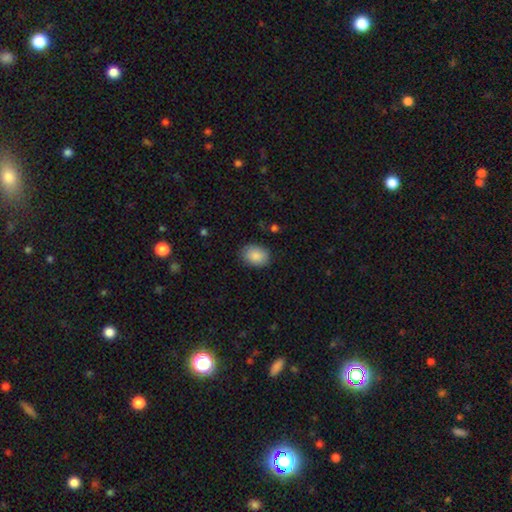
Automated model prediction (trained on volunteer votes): This appears to be a smooth galaxy with no disk features (88%) that is in between round and cigar-shaped (71%). Merging: none (83%).